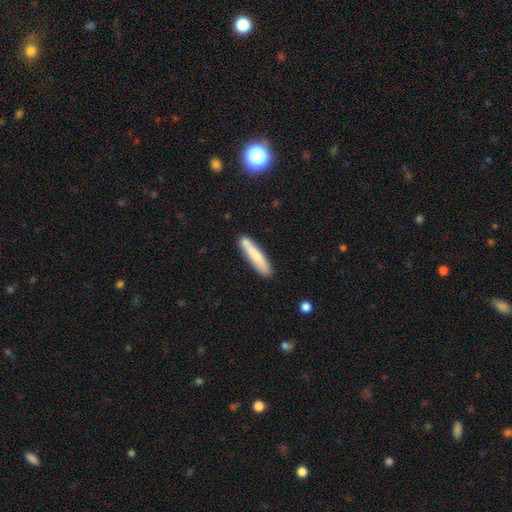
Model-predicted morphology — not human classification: The model was most divided on "smooth or featured": smooth: 73%, featured or disk: 22%, star or artifact: 5%. More confident: how rounded — cigar-shaped (88%); merging — none (76%).